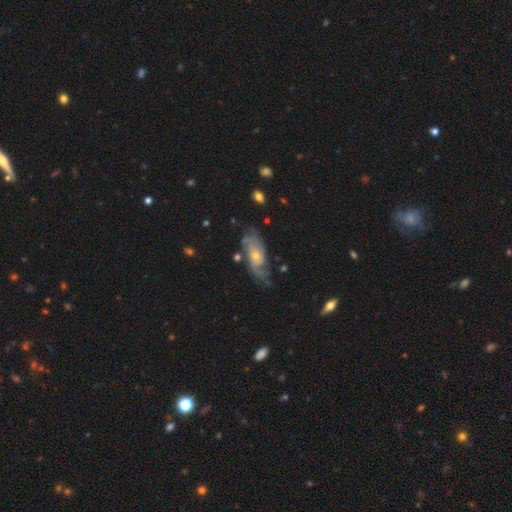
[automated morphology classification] This is likely a featured or disk galaxy (80%). It is clearly not viewed edge-on (92%). Bar: likely no (69%). Spiral arm pattern: clearly yes (92%). Spiral arm count: possibly 2 (51%). Spiral winding: marginally medium (40%, tied with tight). Central bulge: possibly small (52%). Merging: likely none (64%).